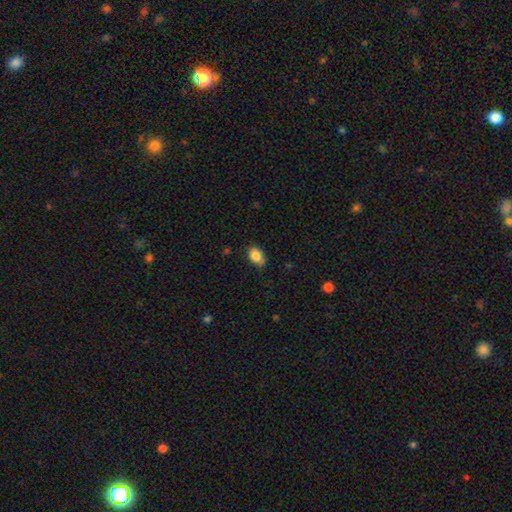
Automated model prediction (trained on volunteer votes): smooth 86%, star or artifact 8%, featured or disk 6%. Down the decision tree: how rounded — in between (82%); merging — none (73%).